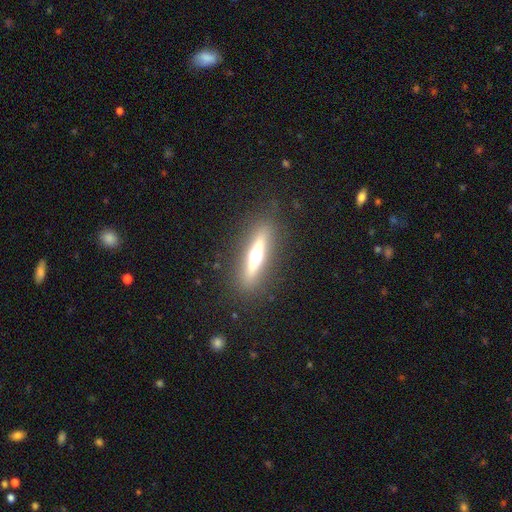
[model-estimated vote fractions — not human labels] A featured or disk galaxy (62%) viewed edge-on (92%) with a rounded central bulge (94%).

Vote fractions:
- Smooth or featured? featured or disk: 62% / smooth: 29% / star or artifact: 8%
- Edge-on disk? yes: 92% / no: 8%
- Edge-on bulge? rounded: 94% / boxy: 4% / none: 3%
- Merging? none: 87% / minor disturbance: 8% / major disturbance: 4% / merger: 1%